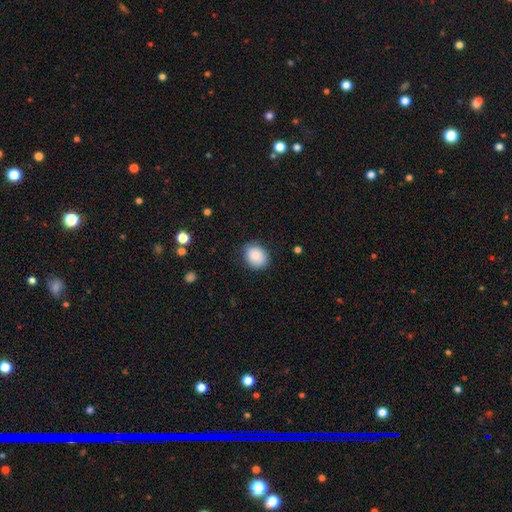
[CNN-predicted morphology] This is clearly a smooth galaxy (87%). How rounded: possibly round (54%). Merging: likely none (79%).